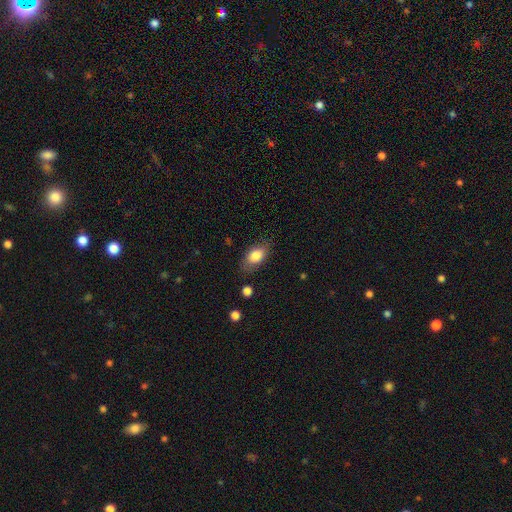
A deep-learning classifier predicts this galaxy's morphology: Smooth or featured?
  - smooth: 81% *
  - featured or disk: 11%
  - star or artifact: 7%
How rounded?
  - in between: 88% *
  - round: 9%
  - cigar-shaped: 4%
Merging?
  - none: 77% *
  - minor disturbance: 17%
  - major disturbance: 5%
  - merger: 2%